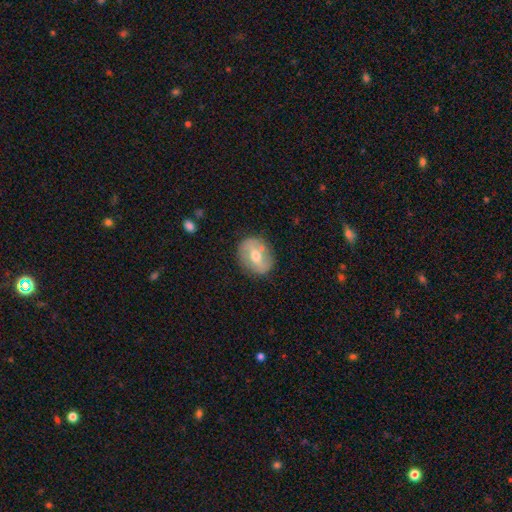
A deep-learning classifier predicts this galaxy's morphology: A featured or disk galaxy (54%) with a weak bar (42%), spiral arms (54%) and a moderate central bulge (73%). Merging: none (78%).